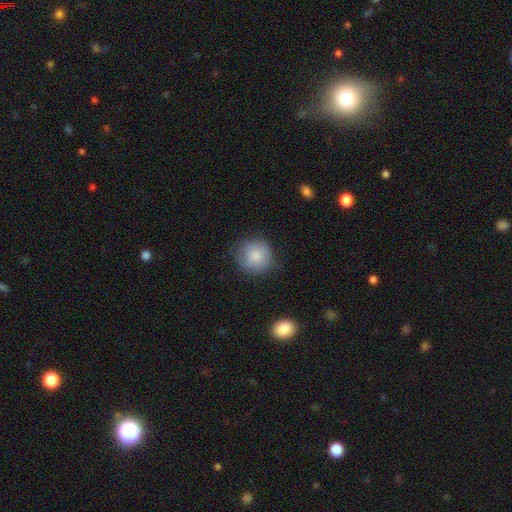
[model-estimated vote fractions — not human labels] smooth 84%, featured or disk 8%, star or artifact 8%. Down the decision tree: how rounded — round (93%); merging — none (80%).